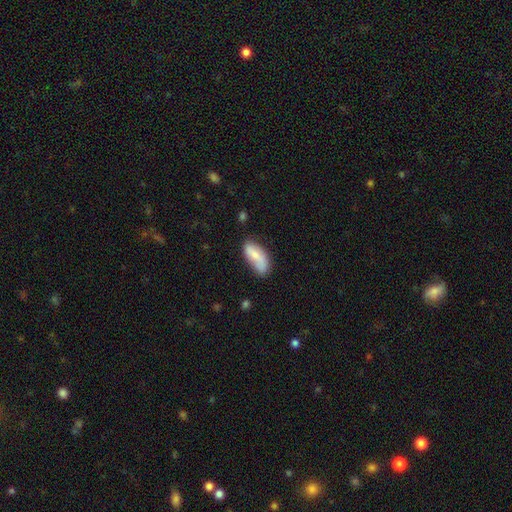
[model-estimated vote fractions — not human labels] A smooth galaxy with no disk features (69%) that is in between round and cigar-shaped (87%). Merging: none (55%).